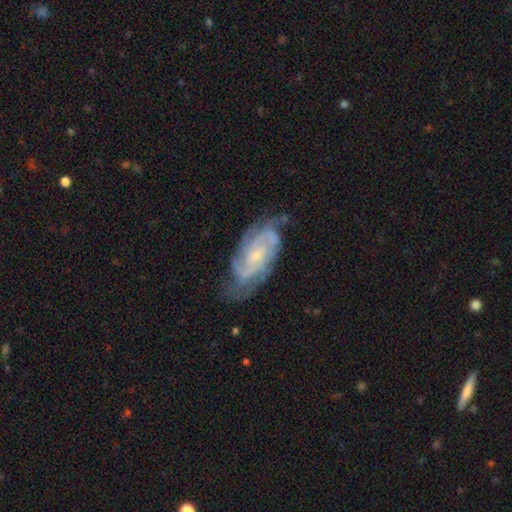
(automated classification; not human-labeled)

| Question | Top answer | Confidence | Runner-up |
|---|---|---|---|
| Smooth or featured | featured or disk | 87% | smooth (7%) |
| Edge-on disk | no | 95% | yes (5%) |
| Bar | no | 62% | weak (30%) |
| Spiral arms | yes | 97% | no (3%) |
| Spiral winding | tight | 59% | medium (35%) |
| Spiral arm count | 3 | 27% | 2 (24%) |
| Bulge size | small | 71% | moderate (24%) |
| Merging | none | 71% | minor disturbance (20%) |